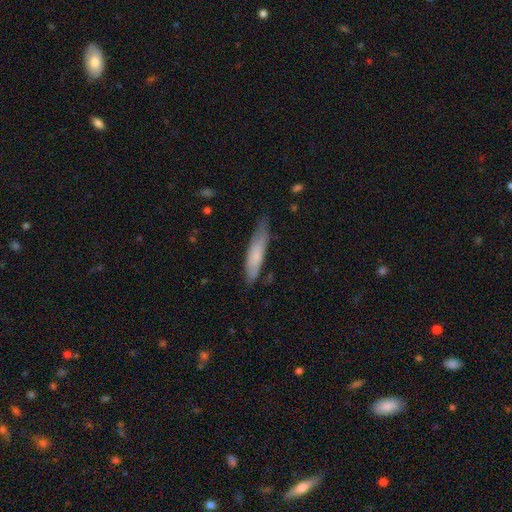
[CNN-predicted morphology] This appears to be a smooth galaxy with no disk features (69%) that is cigar-shaped (80%). Merging: none (70%).